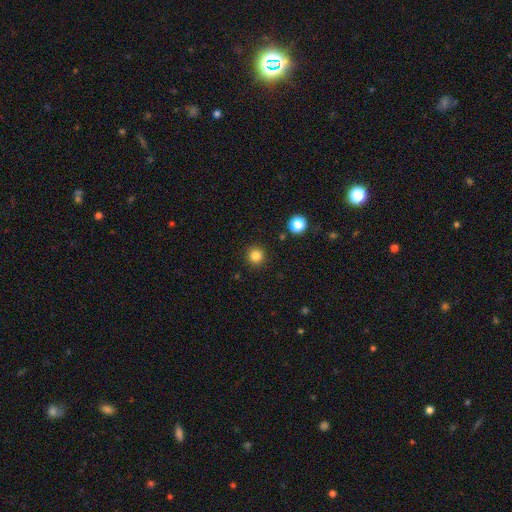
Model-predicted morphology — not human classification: Q: Smooth or featured?
A: smooth (83%); runner-up: star or artifact (12%)
Q: How rounded?
A: round (95%); runner-up: in between (4%)
Q: Merging?
A: none (91%); runner-up: minor disturbance (5%)